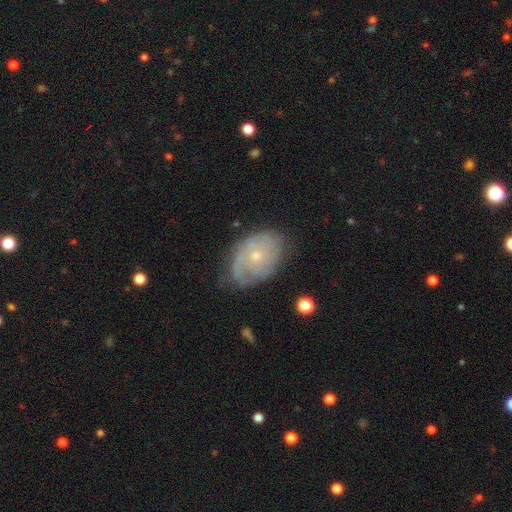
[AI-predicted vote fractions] A featured or disk galaxy (68%) with no bar (82%), tight (55%) spiral arms (82%) and a small central bulge (70%). Merging: none (63%).